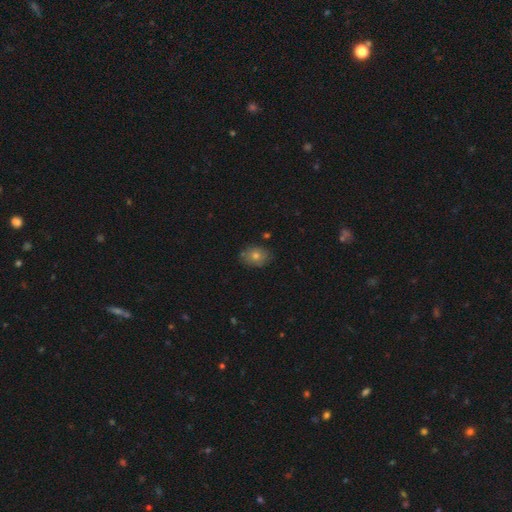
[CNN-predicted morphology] Smooth or featured? Predicted: smooth (p=0.71). How rounded? Predicted: in between (p=0.54). Merging? Predicted: none (p=0.83).